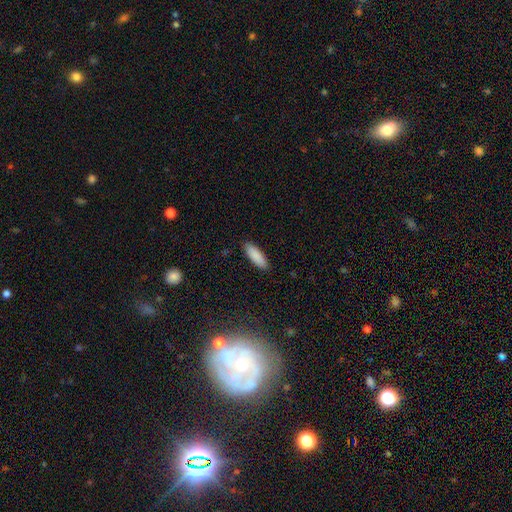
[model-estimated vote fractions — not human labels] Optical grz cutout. It shows a smooth galaxy with no disk features (89%) that is in between round and cigar-shaped (55%). Merging: none (89%).